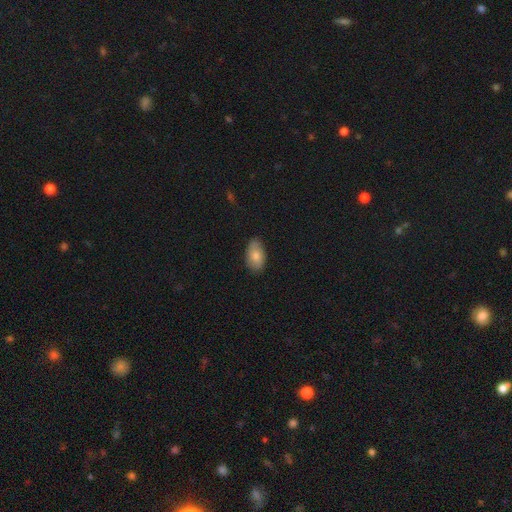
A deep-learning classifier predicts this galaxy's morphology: smooth 75%, featured or disk 19%, star or artifact 7%. Down the decision tree: how rounded — in between (93%); merging — none (80%).